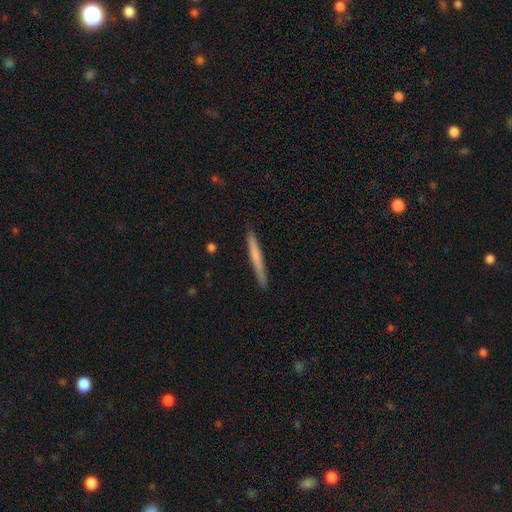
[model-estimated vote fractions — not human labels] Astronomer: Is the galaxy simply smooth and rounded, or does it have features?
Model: smooth — 61%.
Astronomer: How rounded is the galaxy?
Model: cigar-shaped — 97%.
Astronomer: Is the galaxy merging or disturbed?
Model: none — 90%.